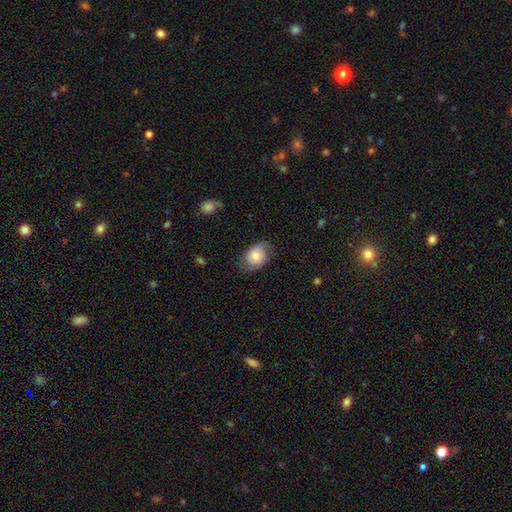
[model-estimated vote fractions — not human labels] Smooth or featured: smooth — 51% (featured or disk — 42%)
How rounded: in between — 61% (round — 38%)
Merging: none — 66% (minor disturbance — 23%)